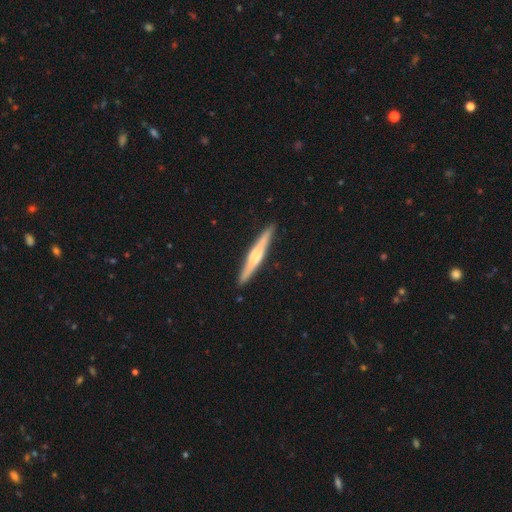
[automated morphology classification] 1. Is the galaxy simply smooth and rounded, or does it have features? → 60% featured or disk, 35% smooth, 5% star or artifact.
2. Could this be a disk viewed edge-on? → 97% yes, 3% no.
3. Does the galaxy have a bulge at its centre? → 58% rounded, 24% boxy, 18% none.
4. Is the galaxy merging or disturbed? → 91% none, 7% minor disturbance, 1% major disturbance, 1% merger.